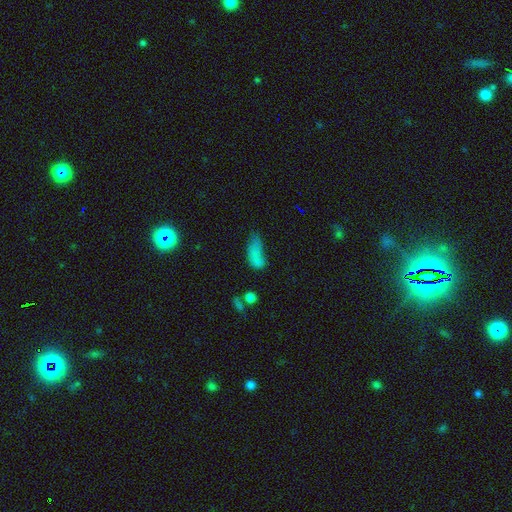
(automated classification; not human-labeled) Overall: smooth (71%). How rounded: in between (77%). Merging: major disturbance (32%; minor disturbance 31%).